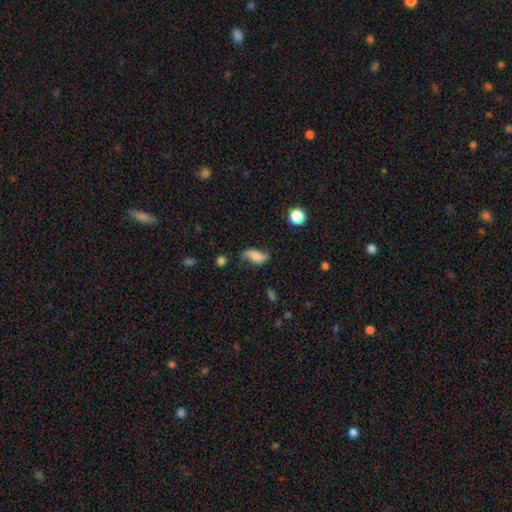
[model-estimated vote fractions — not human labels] The model was most divided on "bulge size" (2-way tie): moderate: 35%, small: 35%, none: 17%, large: 10%, dominant: 4%. More confident: edge-on disk — no (92%); spiral arms — yes (89%); merging — none (63%); bar — no (61%); smooth or featured — featured or disk (55%).